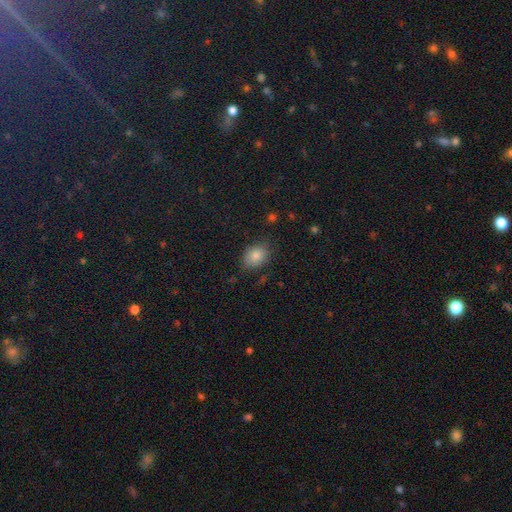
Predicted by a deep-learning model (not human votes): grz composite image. It shows a smooth galaxy with no disk features (84%) that is in between round and cigar-shaped (66%). Merging: none (75%).